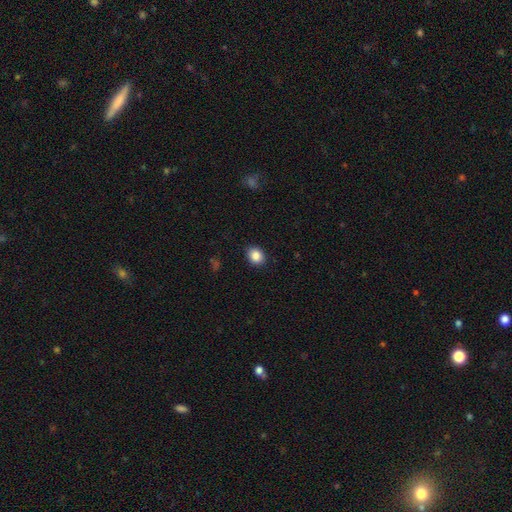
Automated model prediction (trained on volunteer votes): This is clearly a smooth galaxy (87%). How rounded: possibly round (57%). Merging: clearly none (89%).